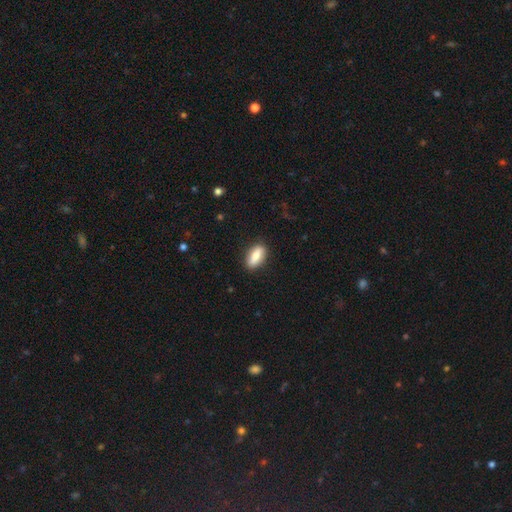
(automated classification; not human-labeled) This is likely a smooth galaxy (74%). How rounded: likely in between (80%). Merging: clearly none (87%).